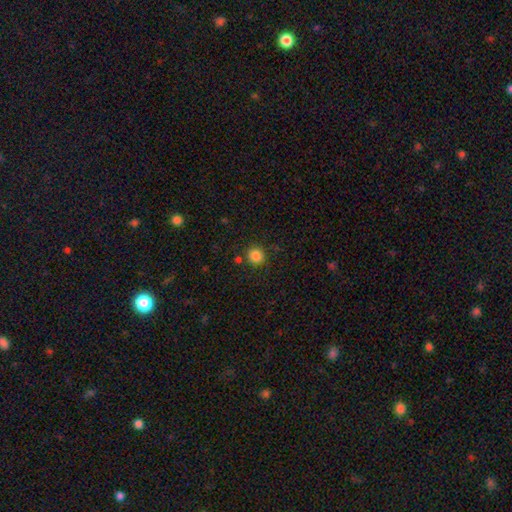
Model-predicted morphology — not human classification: type=smooth (85%); roundness=round (92%); merging=none (85%).